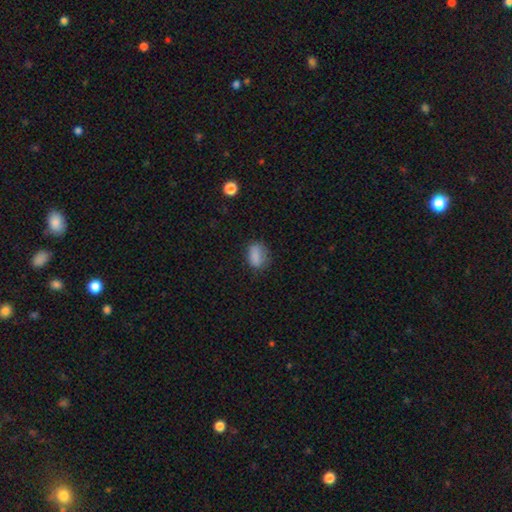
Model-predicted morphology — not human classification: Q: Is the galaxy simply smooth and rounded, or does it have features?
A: smooth — 83%.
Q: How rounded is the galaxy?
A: in between — 77%.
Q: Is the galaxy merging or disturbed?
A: none — 68%.